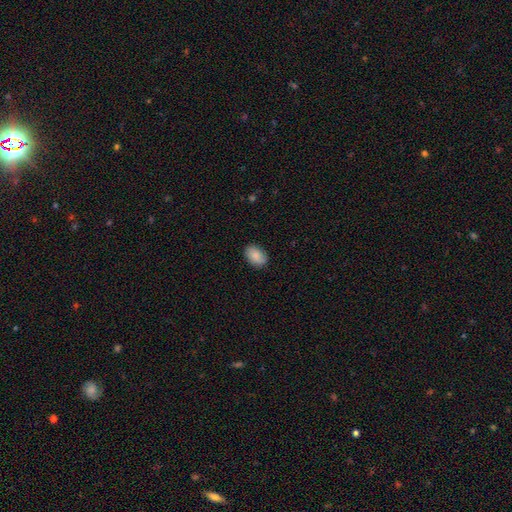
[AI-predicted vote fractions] This is clearly a smooth galaxy (87%). How rounded: clearly in between (84%). Merging: clearly none (86%).